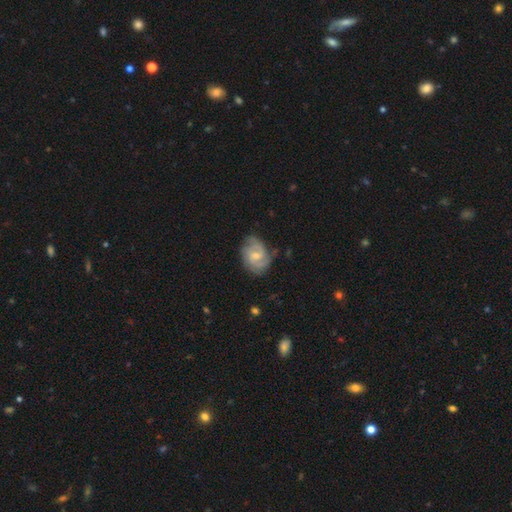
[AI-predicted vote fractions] Smooth or featured? Predicted: featured or disk (p=0.79). Edge-on disk? Predicted: no (p=0.98). Bar? Predicted: weak (p=0.52). Spiral arms? Predicted: yes (p=0.95). Spiral winding? Predicted: medium (p=0.44). Spiral arm count? Predicted: 2 (p=0.57). Bulge size? Predicted: small (p=0.52). Merging? Predicted: none (p=0.67).